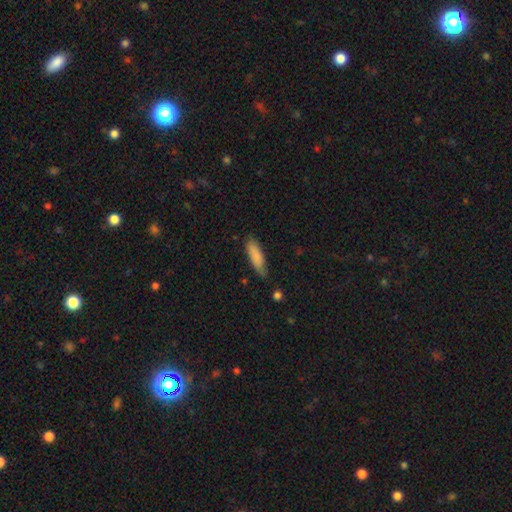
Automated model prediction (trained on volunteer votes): smooth-or-featured: smooth: 85% | featured or disk: 9% | star or artifact: 6%
  how-rounded: cigar-shaped: 52% | in between: 46% | round: 2%
  merging: none: 68% | minor disturbance: 26% | major disturbance: 4% | merger: 2%